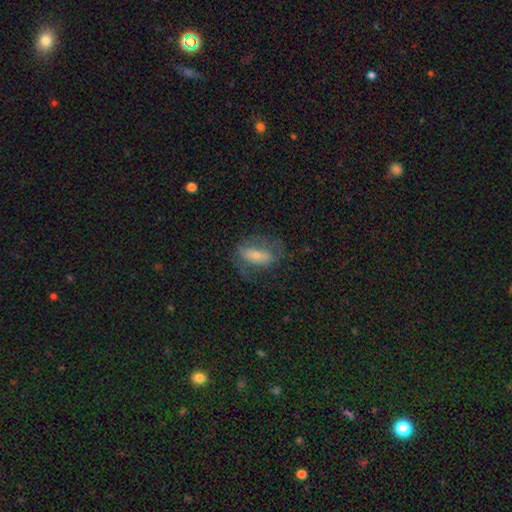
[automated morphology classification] Smooth or featured?
  - featured or disk: 51% *
  - smooth: 38%
  - star or artifact: 11%
Edge-on disk?
  - no: 86% *
  - yes: 14%
Merging?
  - none: 62% *
  - minor disturbance: 19%
  - major disturbance: 17%
  - merger: 2%